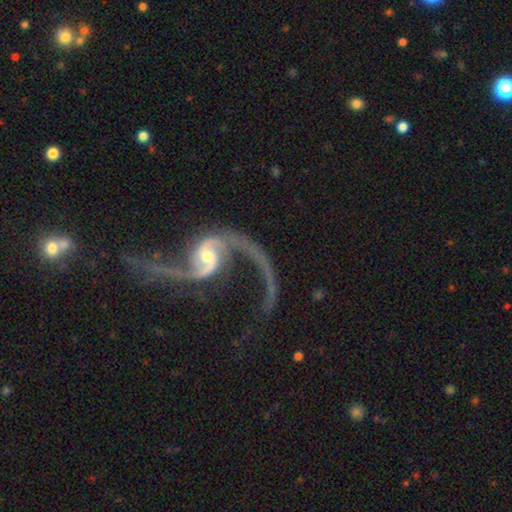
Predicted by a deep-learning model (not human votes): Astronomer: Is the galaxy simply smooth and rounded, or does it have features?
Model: featured or disk — 92%.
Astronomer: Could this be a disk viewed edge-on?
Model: no — 97%.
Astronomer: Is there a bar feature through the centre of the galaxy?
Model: no — 41% (runner-up: weak, 38%).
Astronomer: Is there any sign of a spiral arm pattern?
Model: yes — 98%.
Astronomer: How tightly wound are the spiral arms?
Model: loose — 82%.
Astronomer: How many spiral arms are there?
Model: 2 — 93%.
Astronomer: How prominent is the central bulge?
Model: small — 49% (runner-up: moderate, 42%).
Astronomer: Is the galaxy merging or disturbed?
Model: none — 59%.